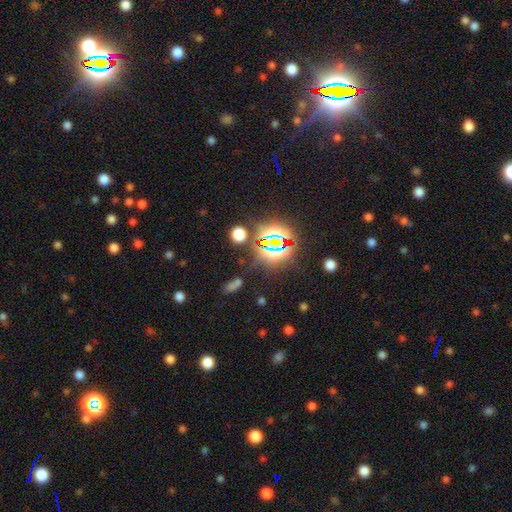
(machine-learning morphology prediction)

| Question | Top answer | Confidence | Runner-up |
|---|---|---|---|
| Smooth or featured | star or artifact | 83% | smooth (11%) |